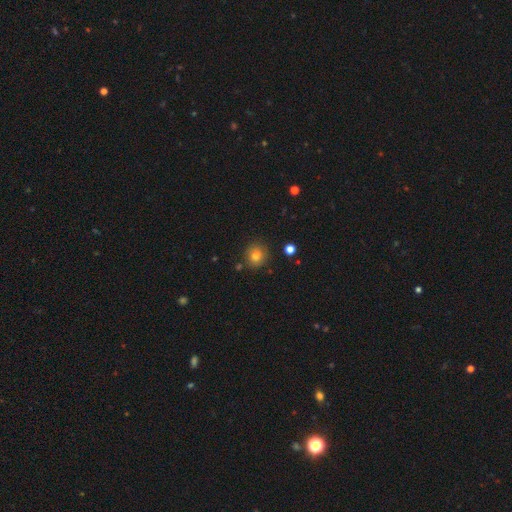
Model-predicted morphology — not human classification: Smooth or featured? smooth (81%)
How rounded? round (85%)
Merging? none (85%)